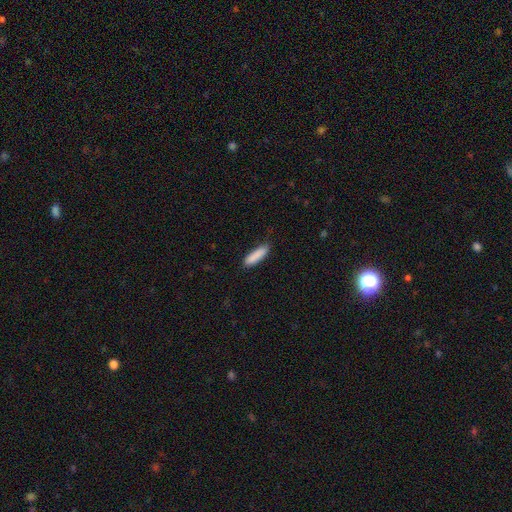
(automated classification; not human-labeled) Q: Smooth or featured?
A: smooth (89%); runner-up: star or artifact (6%)
Q: How rounded?
A: cigar-shaped (64%); runner-up: in between (35%)
Q: Merging?
A: none (82%); runner-up: minor disturbance (14%)